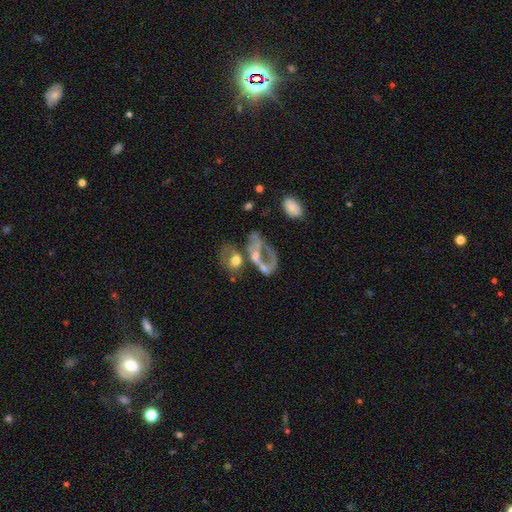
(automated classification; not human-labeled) A featured or disk galaxy (57%) with no bar (79%), no spiral arms (75%) and a moderate central bulge (34%).

Vote fractions:
- Smooth or featured? featured or disk: 57% / smooth: 27% / star or artifact: 16%
- Edge-on disk? no: 94% / yes: 6%
- Bar? no: 79% / weak: 15% / strong: 7%
- Spiral arms? no: 75% / yes: 25%
- Bulge size? moderate: 34% / none: 31% / small: 25% / large: 7% / dominant: 3%
- Merging? merger: 40% / major disturbance: 32% / none: 18% / minor disturbance: 9%